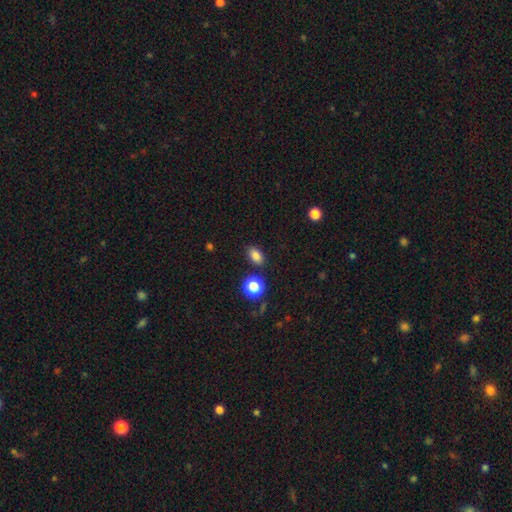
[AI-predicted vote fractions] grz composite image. It shows a smooth galaxy with no disk features (83%) that is in between round and cigar-shaped (82%). Merging: none (84%).